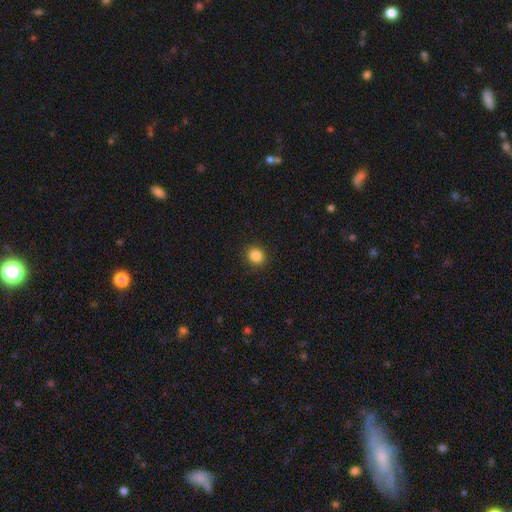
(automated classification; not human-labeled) The model was most divided on "how rounded": round: 84%, in between: 15%, cigar-shaped: 1%. More confident: merging — none (92%); smooth or featured — smooth (86%).